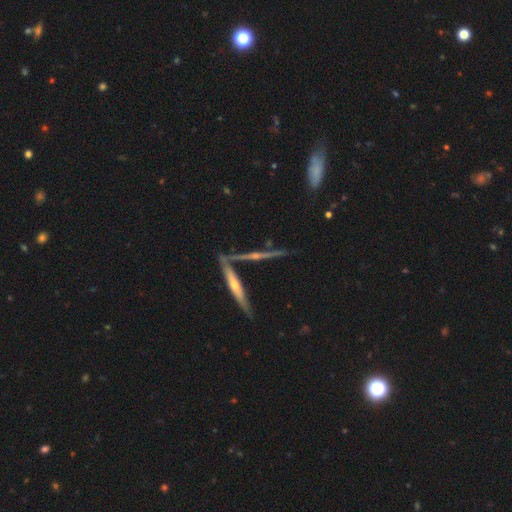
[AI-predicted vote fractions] smooth-or-featured: featured or disk: 72% | smooth: 17% | star or artifact: 12%
  disk-edge-on: yes: 92% | no: 8%
    edge-on-bulge: rounded: 78% | none: 14% | boxy: 8%
  merging: none: 66% | merger: 16% | minor disturbance: 12% | major disturbance: 6%